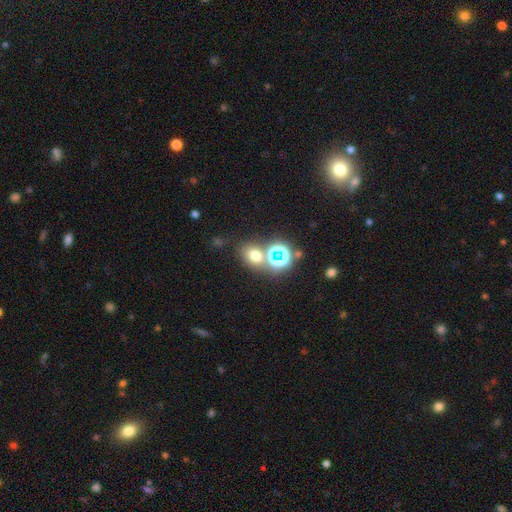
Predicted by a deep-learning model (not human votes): Smooth or featured?
  - smooth: 61% *
  - star or artifact: 29%
  - featured or disk: 11%
How rounded?
  - round: 52% *
  - in between: 47%
  - cigar-shaped: 1%
Merging?
  - none: 63% *
  - merger: 21%
  - minor disturbance: 11%
  - major disturbance: 5%